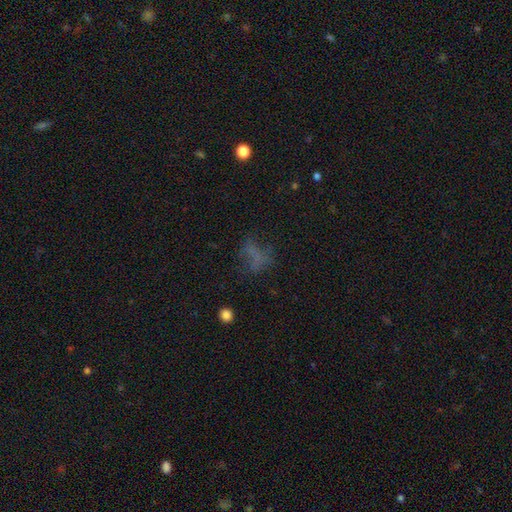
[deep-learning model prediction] Morphology: type=smooth (47%); merging=none (48%).